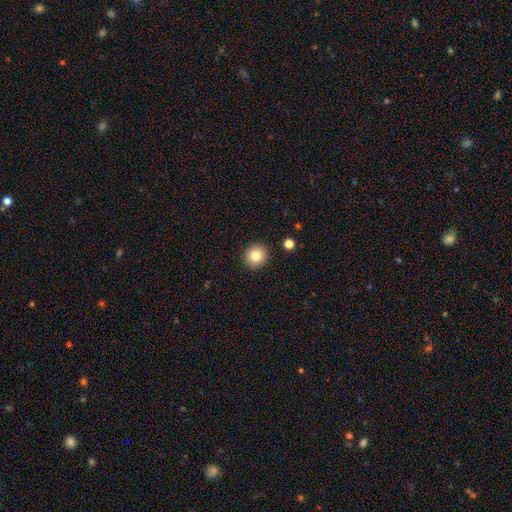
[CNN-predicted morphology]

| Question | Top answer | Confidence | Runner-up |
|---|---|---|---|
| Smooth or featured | smooth | 83% | star or artifact (10%) |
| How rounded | round | 90% | in between (10%) |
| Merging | none | 91% | minor disturbance (6%) |